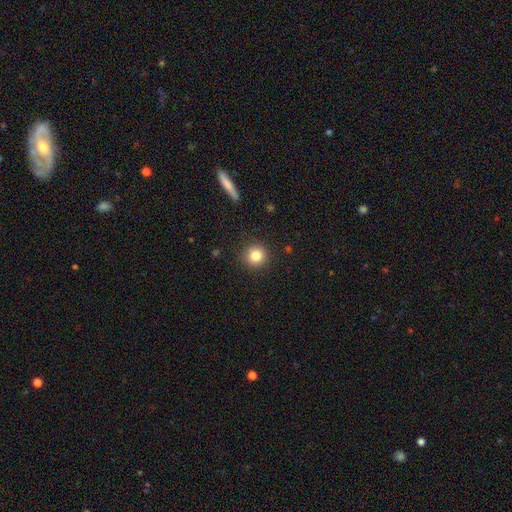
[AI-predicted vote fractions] Smooth or featured: smooth — 83% (star or artifact — 11%)
How rounded: round — 93% (in between — 6%)
Merging: none — 90% (minor disturbance — 6%)